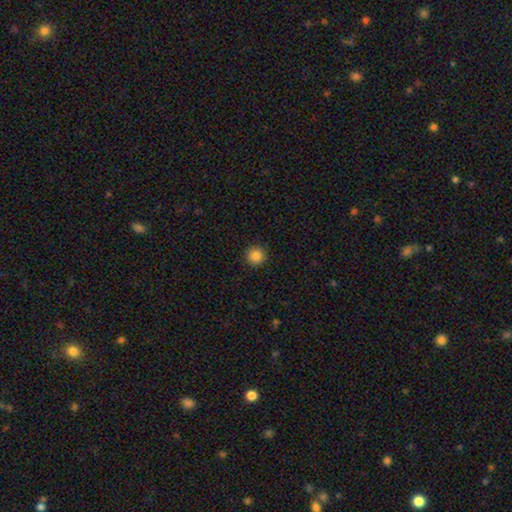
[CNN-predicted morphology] Smooth or featured? smooth (86%)
How rounded? round (96%)
Merging? none (93%)